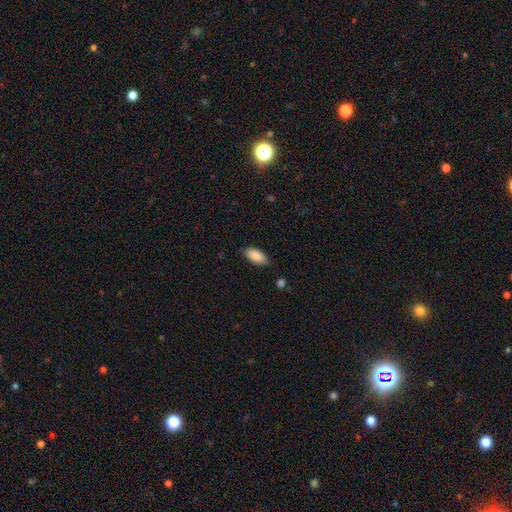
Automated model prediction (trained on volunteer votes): A smooth galaxy with no disk features (89%) that is in between round and cigar-shaped (92%). Merging: none (82%).